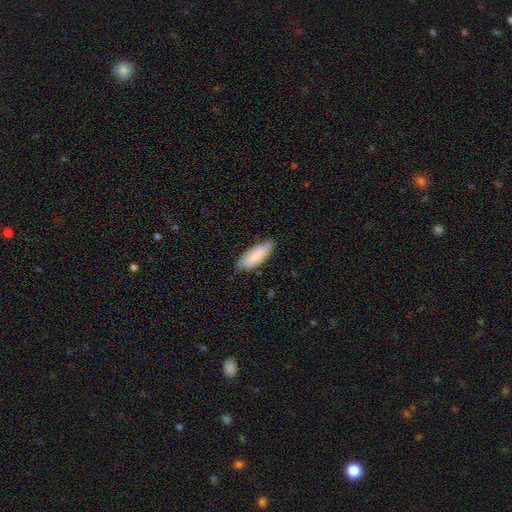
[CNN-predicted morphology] type=smooth (83%); roundness=in between (71%); merging=none (78%).